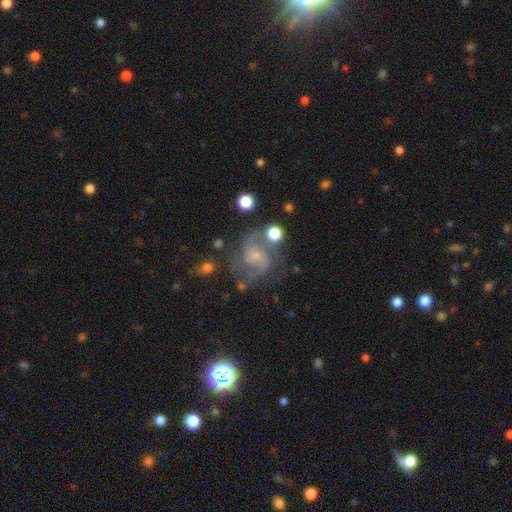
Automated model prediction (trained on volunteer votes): smooth-or-featured: featured or disk: 76% | smooth: 14% | star or artifact: 10%
  disk-edge-on: no: 98% | yes: 2%
    bar: no: 52% | weak: 40% | strong: 8%
    has-spiral-arms: yes: 93% | no: 7%
      spiral-winding: medium: 55% | tight: 24% | loose: 21%
      spiral-arm-count: 2: 70% | can't tell: 12% | 3: 9% | 1: 4% | 4: 3% | more than 4: 3%
    bulge-size: small: 65% | moderate: 20% | none: 11% | large: 2% | dominant: 1%
  merging: none: 57% | minor disturbance: 20% | major disturbance: 16% | merger: 7%